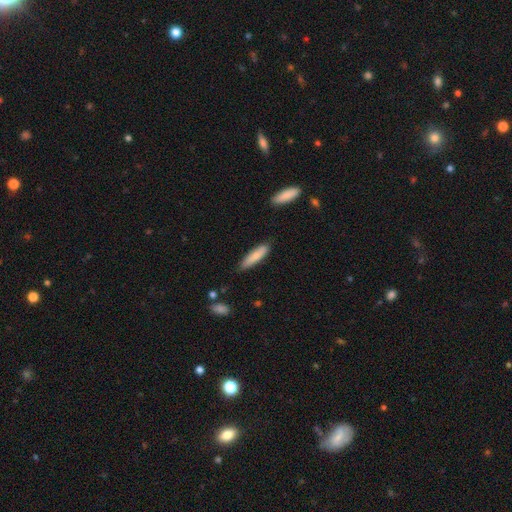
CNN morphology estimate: Q: Smooth or featured?
A: smooth (79%); runner-up: featured or disk (15%)
Q: How rounded?
A: cigar-shaped (72%); runner-up: in between (26%)
Q: Merging?
A: none (81%); runner-up: minor disturbance (14%)